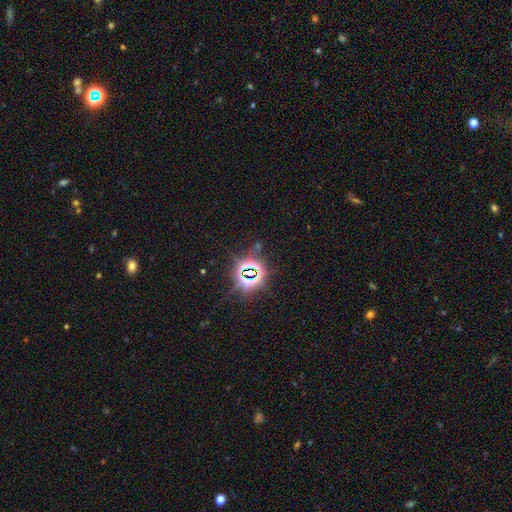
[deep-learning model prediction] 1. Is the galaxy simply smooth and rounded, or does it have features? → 83% star or artifact, 10% smooth, 8% featured or disk.